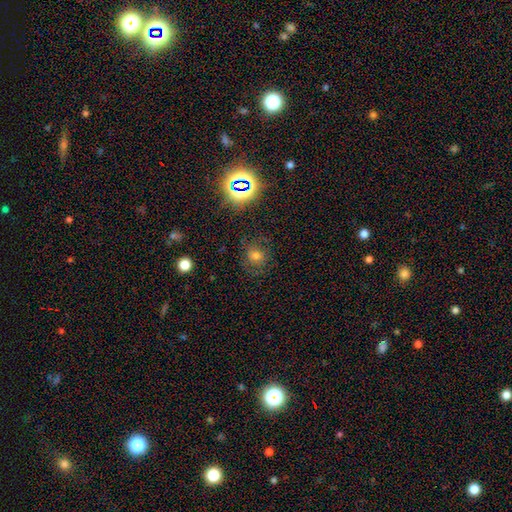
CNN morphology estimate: A smooth galaxy with no disk features (55%) that is round (85%). Merging: none (78%).